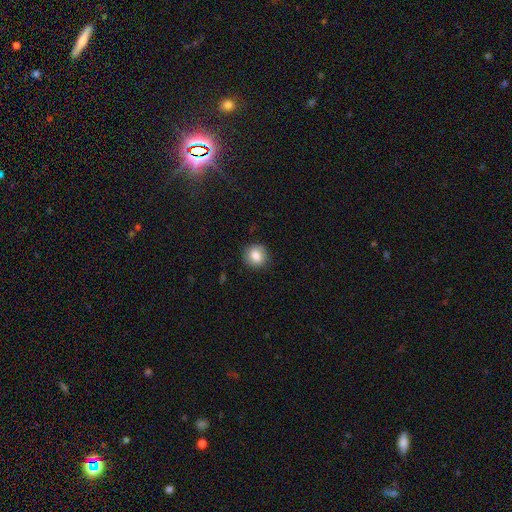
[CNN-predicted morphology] smooth-or-featured: smooth: 83% | star or artifact: 9% | featured or disk: 9%
  how-rounded: round: 77% | in between: 22% | cigar-shaped: 1%
  merging: none: 87% | minor disturbance: 10% | major disturbance: 3% | merger: 1%